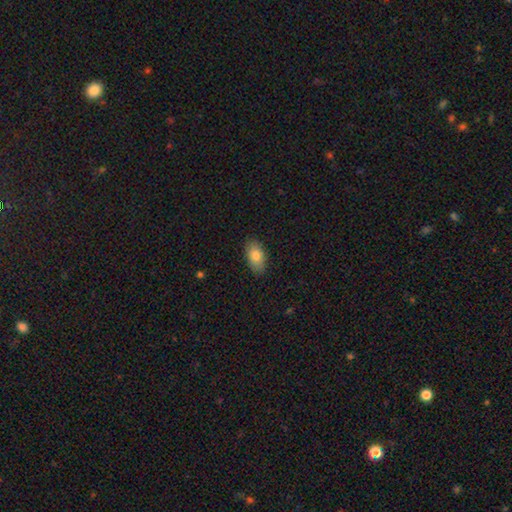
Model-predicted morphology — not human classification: smooth_or_featured: smooth (p=0.80) [alt: featured or disk p=0.12]
how_rounded: in between (p=0.91) [alt: round p=0.06]
merging: none (p=0.87) [alt: minor disturbance p=0.10]